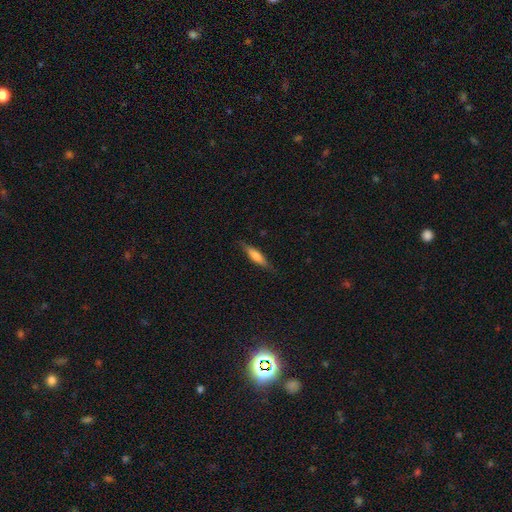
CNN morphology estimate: The model was most divided on "smooth or featured": smooth: 54%, featured or disk: 39%, star or artifact: 7%. More confident: merging — none (83%); how rounded — cigar-shaped (74%).